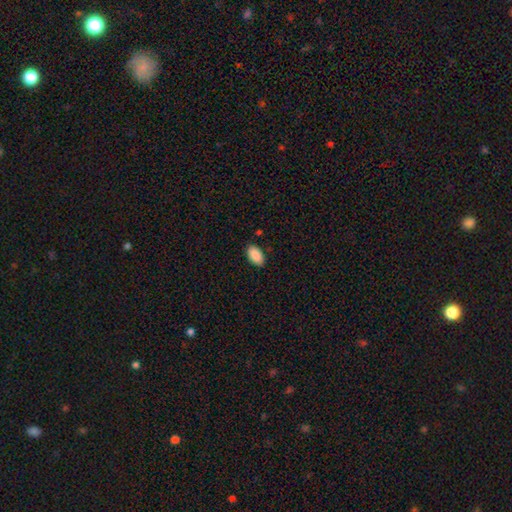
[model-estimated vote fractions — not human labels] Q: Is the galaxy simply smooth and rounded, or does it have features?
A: smooth — 90%.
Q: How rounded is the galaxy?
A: in between — 95%.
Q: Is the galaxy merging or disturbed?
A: none — 87%.